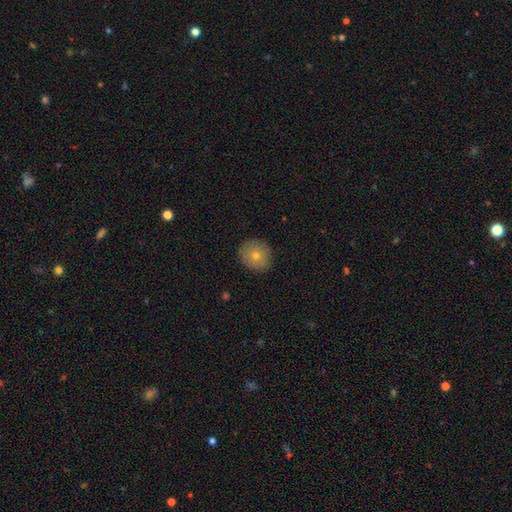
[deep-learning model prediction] Smooth or featured: smooth — 70% (featured or disk — 20%)
How rounded: round — 87% (in between — 11%)
Merging: none — 89% (minor disturbance — 8%)